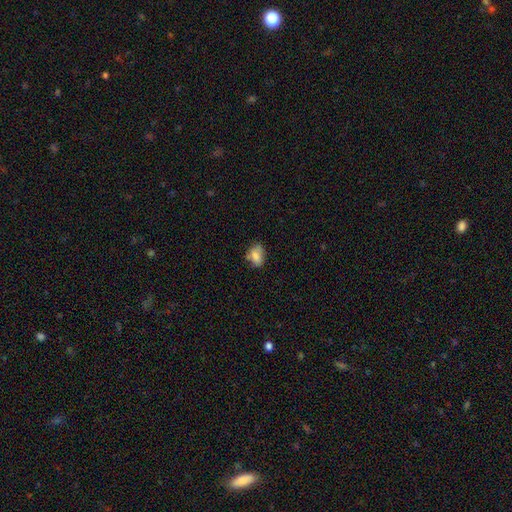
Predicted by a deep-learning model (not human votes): Smooth or featured? Predicted: smooth (p=0.73). How rounded? Predicted: in between (p=0.74). Merging? Predicted: none (p=0.56).